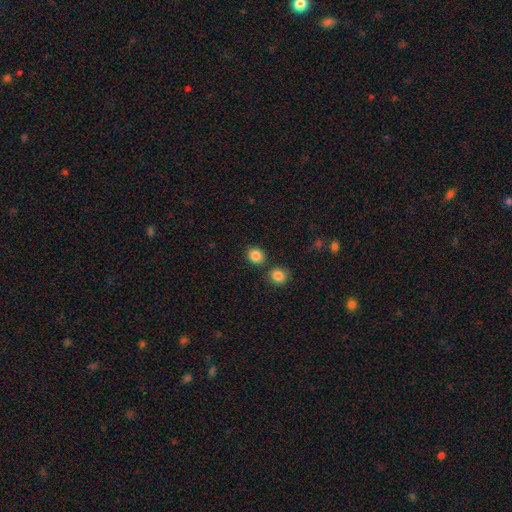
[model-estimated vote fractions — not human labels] Overall: smooth (86%). How rounded: round (68%; in between 31%). Merging: none (79%).